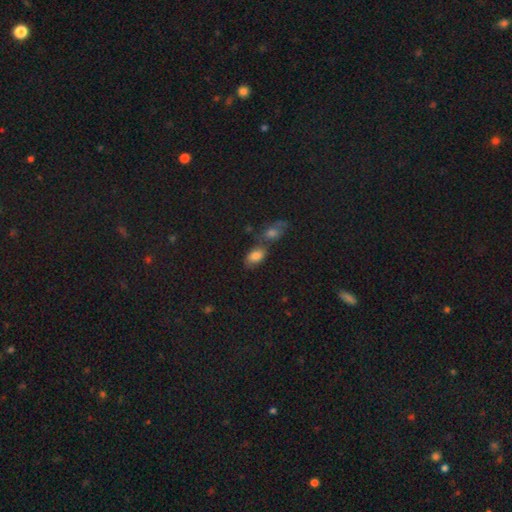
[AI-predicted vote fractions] Smooth or featured? Predicted: smooth (p=0.77). How rounded? Predicted: in between (p=0.90). Merging? Predicted: none (p=0.40).